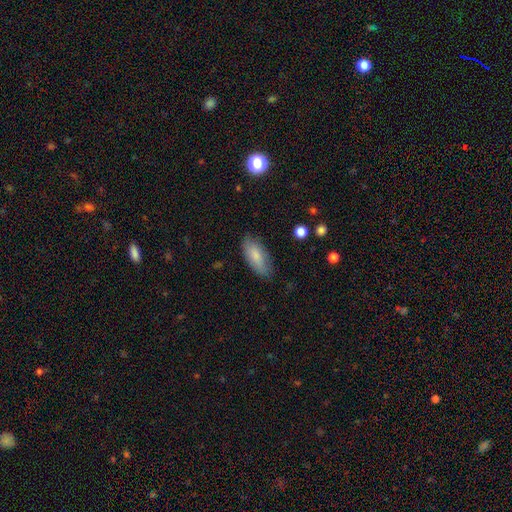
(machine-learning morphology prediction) This appears to be a smooth galaxy with no disk features (80%) that is in between round and cigar-shaped (81%). Merging: none (78%).